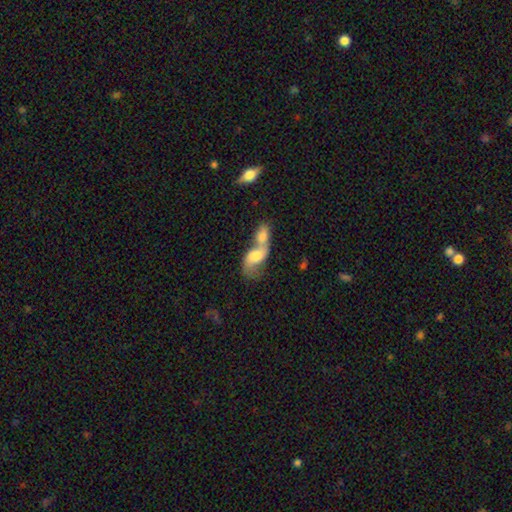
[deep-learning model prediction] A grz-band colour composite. It shows a smooth galaxy with no disk features (52%) that is in between round and cigar-shaped (83%). Merging: merger (79%).